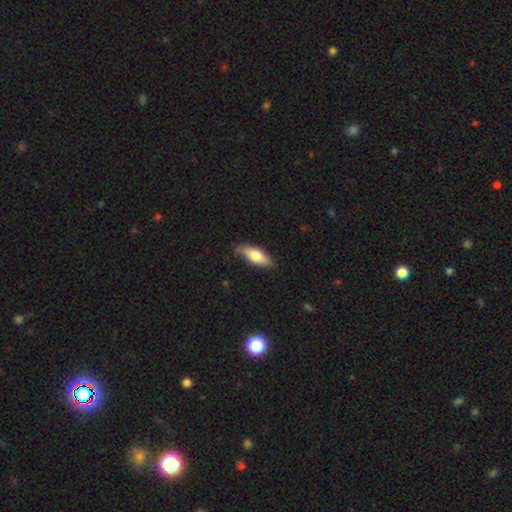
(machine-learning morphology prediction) smooth-or-featured: smooth: 75% | featured or disk: 20% | star or artifact: 6%
  how-rounded: in between: 75% | cigar-shaped: 22% | round: 2%
  merging: none: 68% | minor disturbance: 25% | major disturbance: 5% | merger: 2%